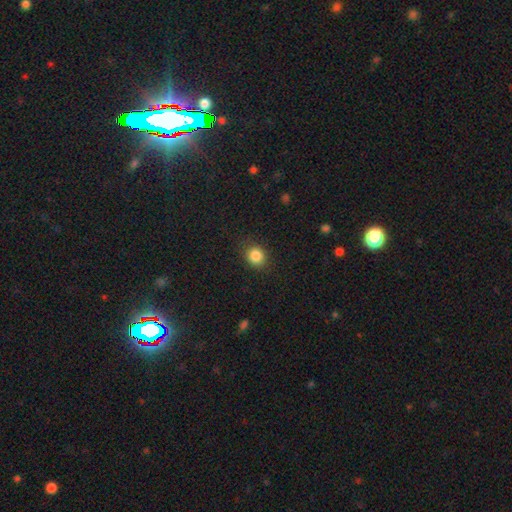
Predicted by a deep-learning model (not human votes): This is clearly a smooth galaxy (85%). How rounded: likely round (77%). Merging: clearly none (85%).